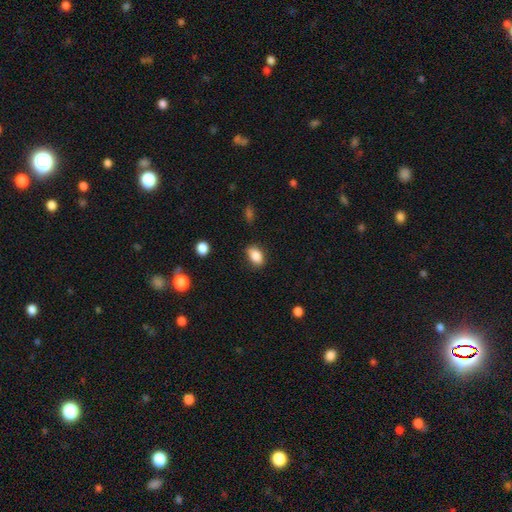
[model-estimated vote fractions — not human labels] smooth-or-featured: smooth: 86% | star or artifact: 8% | featured or disk: 5%
  how-rounded: in between: 86% | round: 13% | cigar-shaped: 2%
  merging: none: 82% | minor disturbance: 14% | major disturbance: 3% | merger: 1%